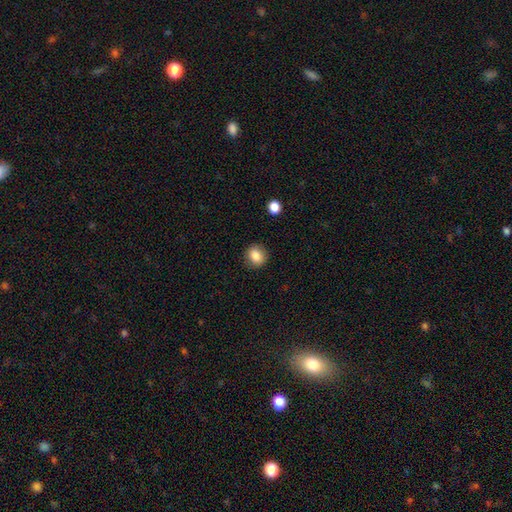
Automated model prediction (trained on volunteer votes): Smooth or featured? smooth (84%)
How rounded? round (76%)
Merging? none (87%)